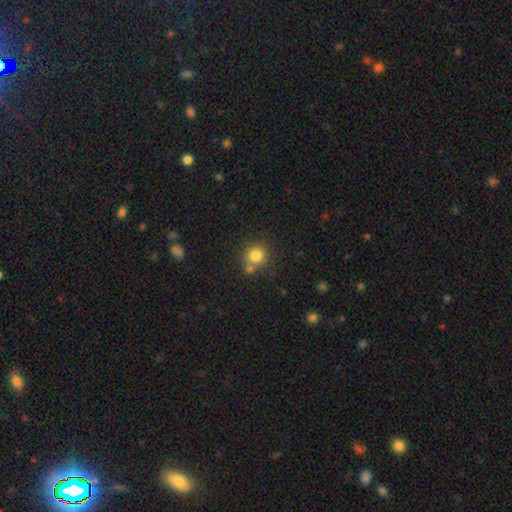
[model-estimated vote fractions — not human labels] Overall: smooth (81%). How rounded: round (90%). Merging: none (67%).